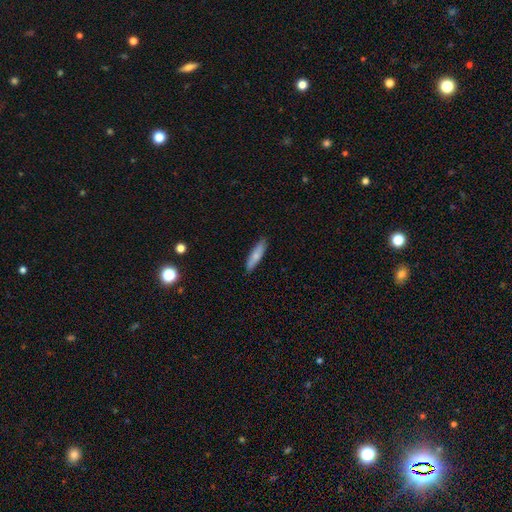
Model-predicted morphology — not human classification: Smooth or featured: smooth — 75% (featured or disk — 19%)
How rounded: cigar-shaped — 76% (in between — 22%)
Merging: none — 87% (minor disturbance — 10%)